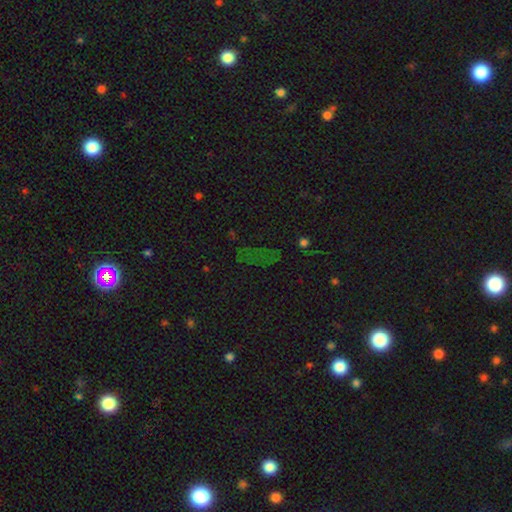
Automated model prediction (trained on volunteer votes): Overall: star or artifact (58%; smooth 28%).